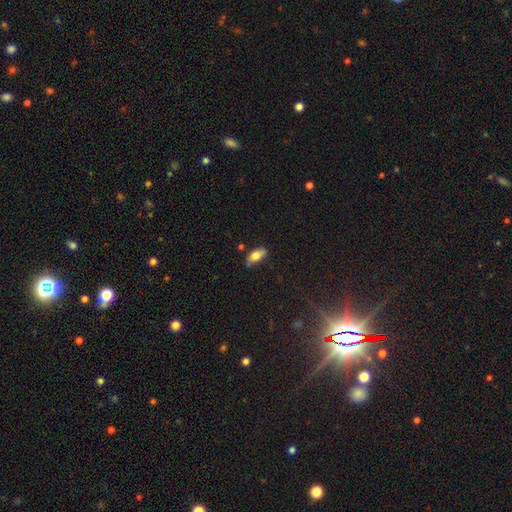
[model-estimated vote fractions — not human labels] Smooth or featured? smooth (70%)
How rounded? in between (86%)
Merging? none (69%)